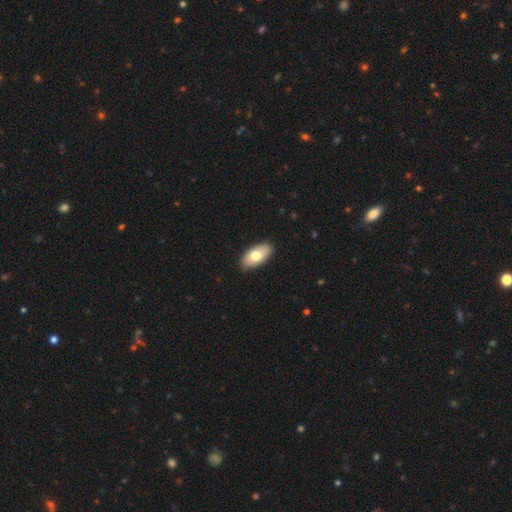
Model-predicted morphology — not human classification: smooth_or_featured: smooth (p=0.74) [alt: featured or disk p=0.20]
how_rounded: in between (p=0.94) [alt: cigar-shaped p=0.04]
merging: none (p=0.90) [alt: minor disturbance p=0.08]